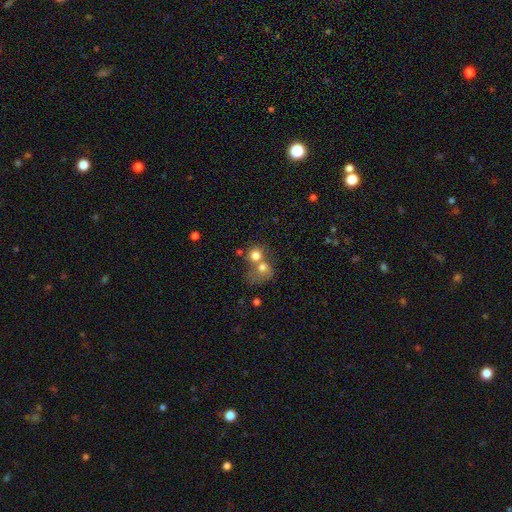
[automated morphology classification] The model was most divided on "merging": merger: 60%, none: 29%, minor disturbance: 6%, major disturbance: 5%. More confident: how rounded — round (77%); smooth or featured — smooth (75%).